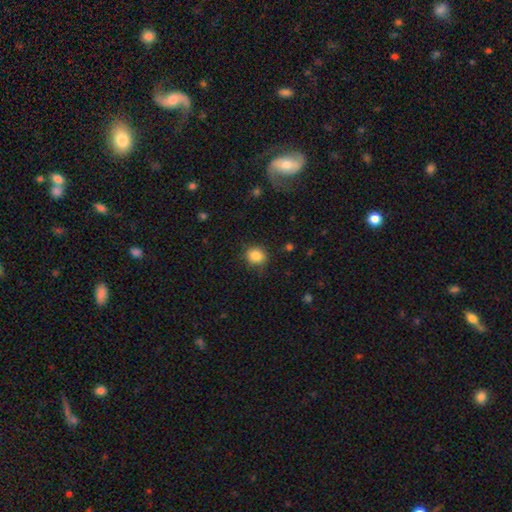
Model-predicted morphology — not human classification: This is clearly a smooth galaxy (85%). How rounded: likely round (75%). Merging: clearly none (82%).